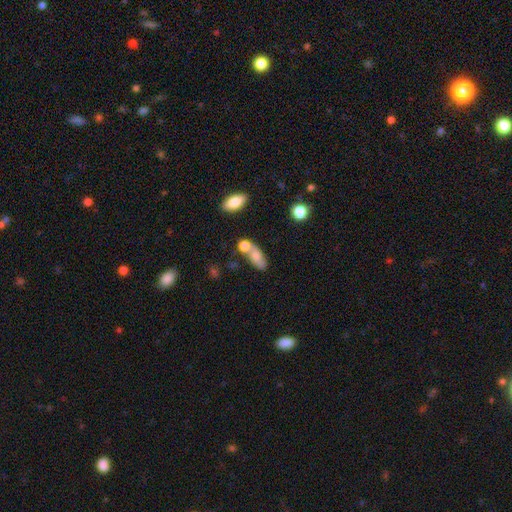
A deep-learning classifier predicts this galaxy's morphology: Overall: smooth (65%; featured or disk 26%). How rounded: in between (70%). Merging: none (41%; merger 34%).